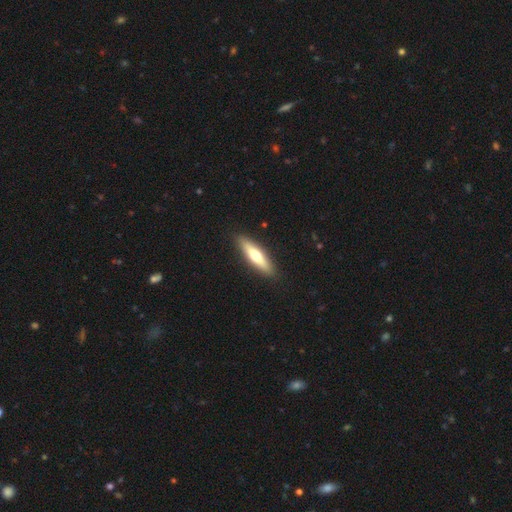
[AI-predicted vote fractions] Smooth or featured: smooth — 52% (featured or disk — 42%)
How rounded: cigar-shaped — 74% (in between — 24%)
Merging: none — 90% (minor disturbance — 7%)